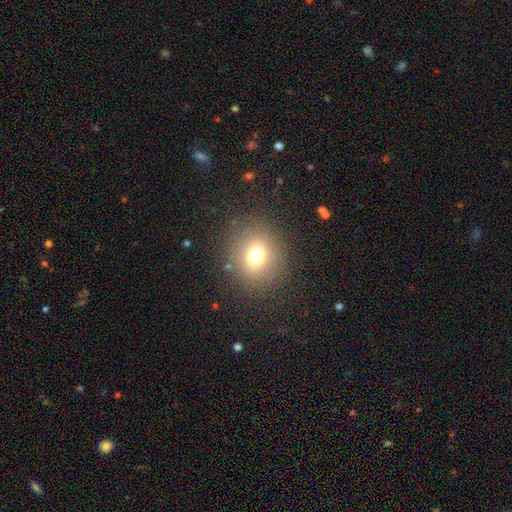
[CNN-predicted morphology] smooth-or-featured: smooth: 71% | star or artifact: 17% | featured or disk: 12%
  how-rounded: round: 79% | in between: 20% | cigar-shaped: 1%
  merging: none: 85% | minor disturbance: 8% | major disturbance: 5% | merger: 2%